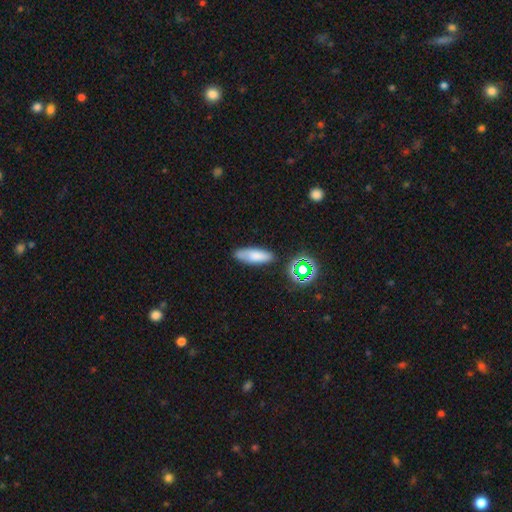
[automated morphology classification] smooth-or-featured: smooth: 74% | featured or disk: 14% | star or artifact: 12%
  how-rounded: in between: 58% | cigar-shaped: 39% | round: 3%
  merging: none: 78% | minor disturbance: 15% | merger: 4% | major disturbance: 4%